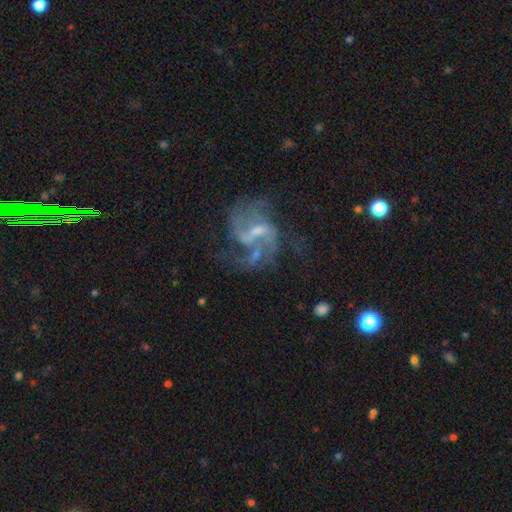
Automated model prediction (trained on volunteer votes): smooth_or_featured: featured or disk (p=0.85) [alt: star or artifact p=0.08]
disk_edge_on: no (p=0.98) [alt: yes p=0.02]
bar: weak (p=0.55) [alt: strong p=0.23]
has_spiral_arms: yes (p=0.91) [alt: no p=0.09]
spiral_winding: medium (p=0.46) [alt: loose p=0.40]
spiral_arm_count: 2 (p=0.47) [alt: 3 p=0.20]
bulge_size: small (p=0.50) [alt: moderate p=0.33]
merging: none (p=0.46) [alt: major disturbance p=0.29]